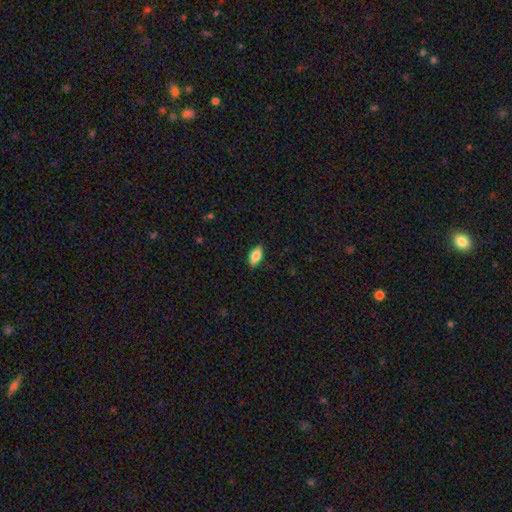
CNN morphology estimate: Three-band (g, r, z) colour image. It shows a smooth galaxy with no disk features (80%) that is in between round and cigar-shaped (88%). Merging: none (86%).